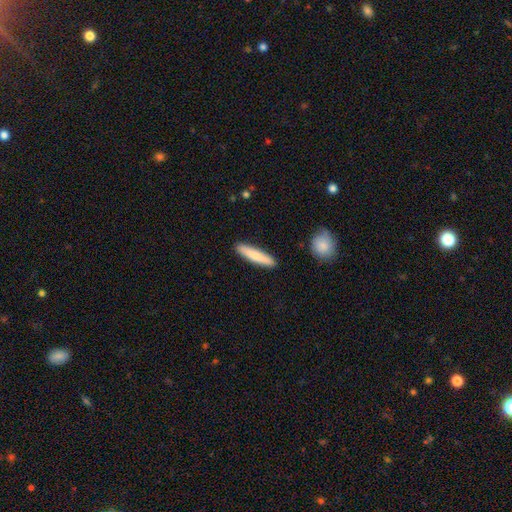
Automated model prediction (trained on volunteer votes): Overall: smooth (77%). How rounded: cigar-shaped (88%). Merging: none (90%).